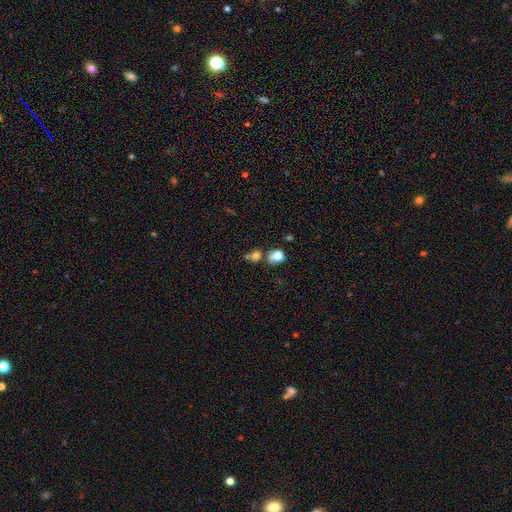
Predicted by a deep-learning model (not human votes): smooth-or-featured: smooth: 67% | star or artifact: 21% | featured or disk: 12%
  how-rounded: round: 70% | in between: 29% | cigar-shaped: 1%
  merging: none: 45% | merger: 37% | minor disturbance: 11% | major disturbance: 7%